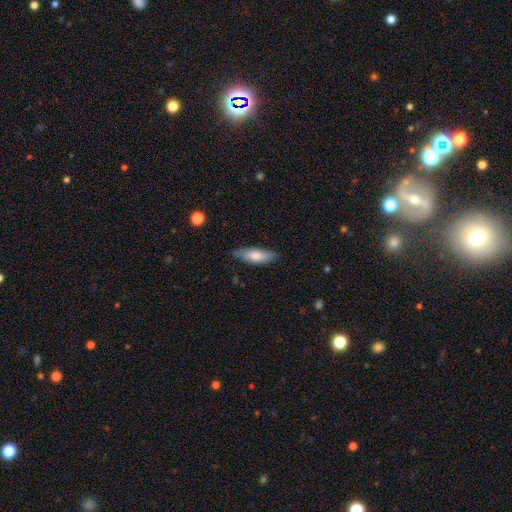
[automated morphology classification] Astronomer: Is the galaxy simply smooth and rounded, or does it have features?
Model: smooth — 73%.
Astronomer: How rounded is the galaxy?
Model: in between — 64%.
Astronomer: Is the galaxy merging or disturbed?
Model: none — 78%.